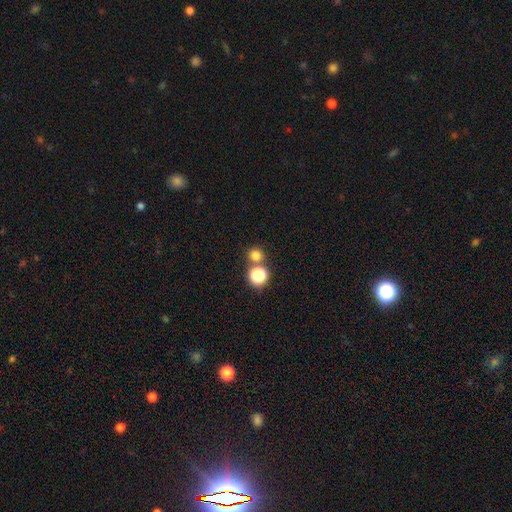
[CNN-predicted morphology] smooth_or_featured: smooth (p=0.76) [alt: star or artifact p=0.19]
how_rounded: round (p=0.91) [alt: in between p=0.08]
merging: none (p=0.68) [alt: merger p=0.23]